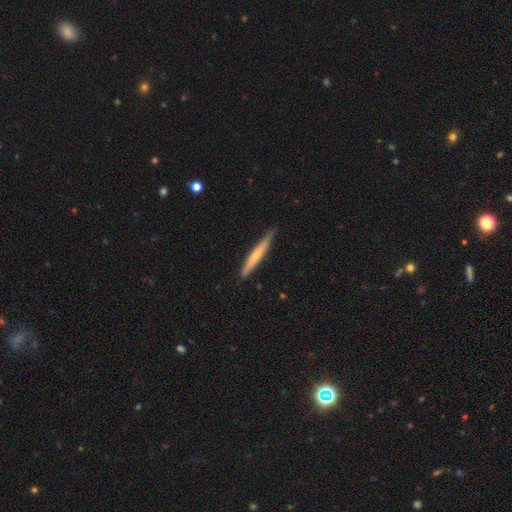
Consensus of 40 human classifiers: Smooth or featured: smooth — 55% (featured or disk — 42%)
How rounded: cigar-shaped — 91% (round — 5%)
Merging: none — 87% (minor disturbance — 8%)